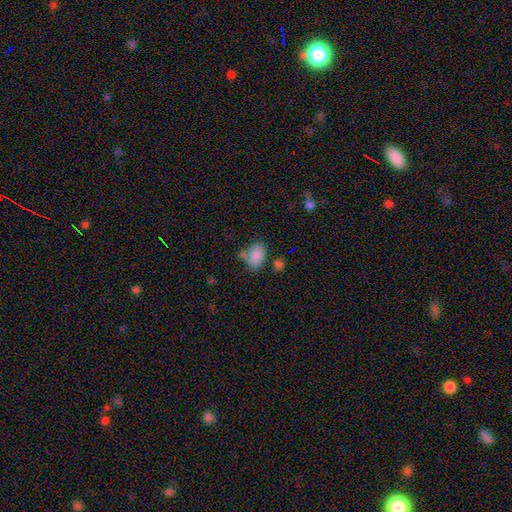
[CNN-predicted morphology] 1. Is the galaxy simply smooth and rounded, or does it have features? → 85% smooth, 9% star or artifact, 6% featured or disk.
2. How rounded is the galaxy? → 83% in between, 15% round, 1% cigar-shaped.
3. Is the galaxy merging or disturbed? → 57% none, 21% minor disturbance, 15% merger, 7% major disturbance.